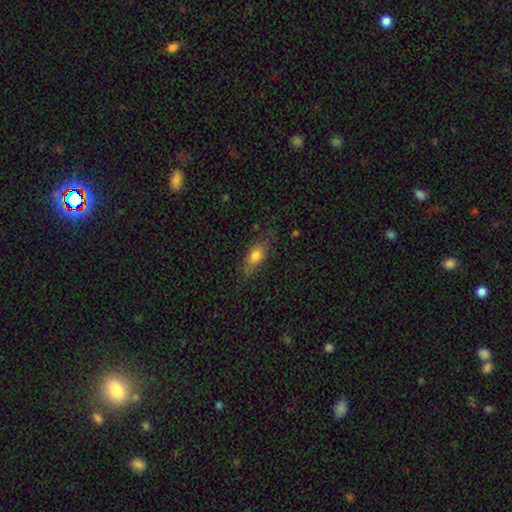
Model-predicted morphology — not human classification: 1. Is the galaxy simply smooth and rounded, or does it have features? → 73% smooth, 18% featured or disk, 9% star or artifact.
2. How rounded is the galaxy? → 73% in between, 22% cigar-shaped, 5% round.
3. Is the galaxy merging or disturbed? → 67% none, 23% minor disturbance, 8% major disturbance, 2% merger.